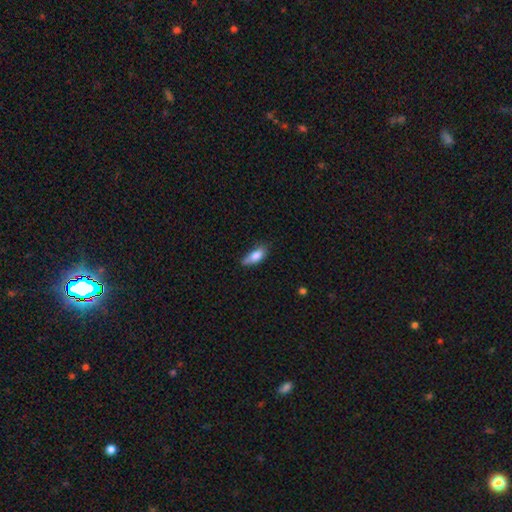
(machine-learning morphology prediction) Smooth or featured: smooth — 81% (featured or disk — 11%)
How rounded: in between — 78% (cigar-shaped — 19%)
Merging: none — 47% (minor disturbance — 39%)